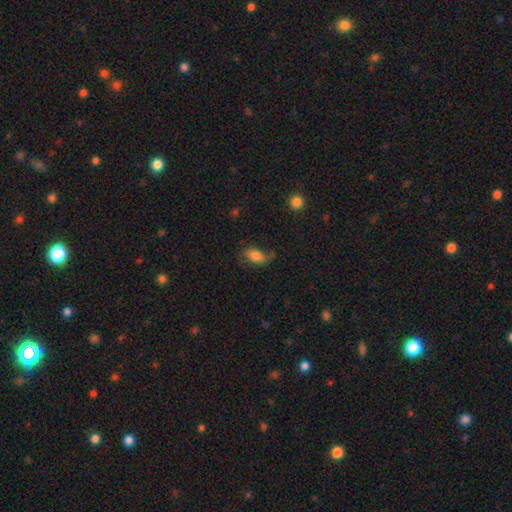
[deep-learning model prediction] A smooth galaxy with no disk features (70%) that is in between round and cigar-shaped (86%). Merging: none (49%).